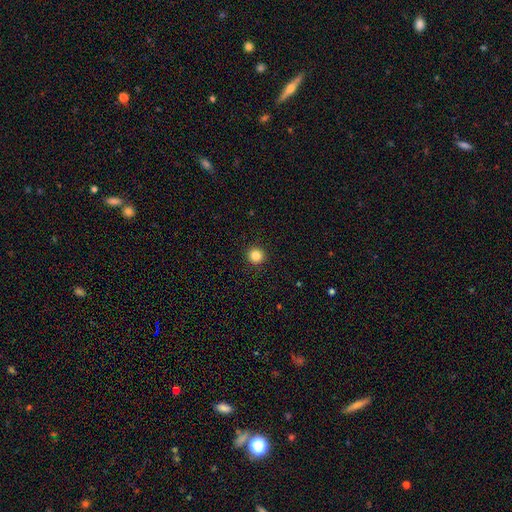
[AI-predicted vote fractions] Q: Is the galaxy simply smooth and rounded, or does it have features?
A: smooth — 84%.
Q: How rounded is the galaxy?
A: round — 95%.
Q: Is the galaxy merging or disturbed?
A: none — 93%.